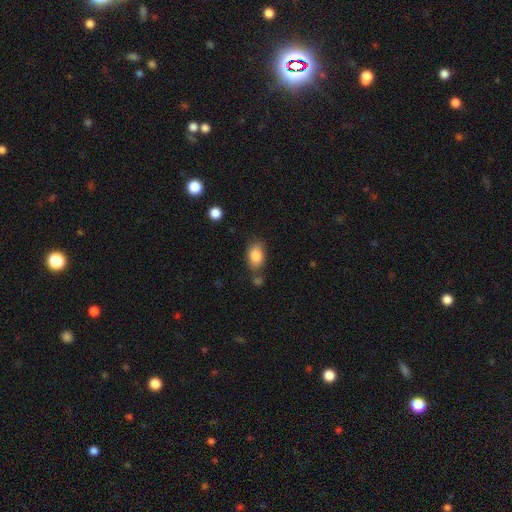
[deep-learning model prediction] Q: Smooth or featured?
A: smooth (86%); runner-up: star or artifact (8%)
Q: How rounded?
A: in between (83%); runner-up: round (16%)
Q: Merging?
A: none (69%); runner-up: minor disturbance (17%)